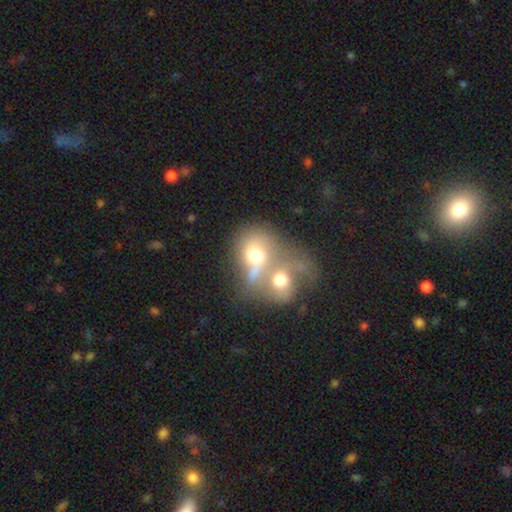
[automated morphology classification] This appears to be a smooth galaxy with no disk features (56%) that is round (62%). Merging: merger (73%).